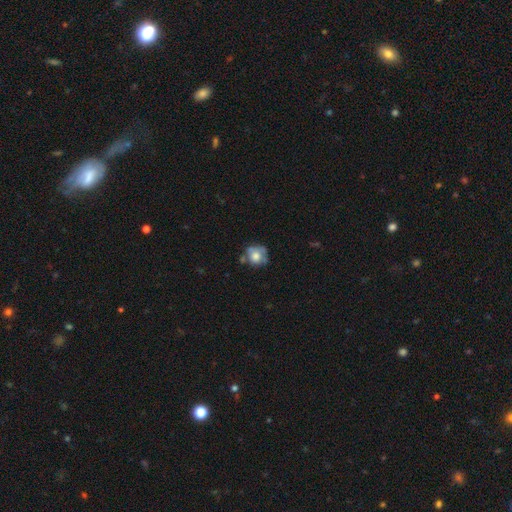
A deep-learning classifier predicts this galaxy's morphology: Smooth or featured?
  - smooth: 60% *
  - featured or disk: 31%
  - star or artifact: 8%
How rounded?
  - round: 80% *
  - in between: 19%
  - cigar-shaped: 1%
Merging?
  - none: 47% *
  - minor disturbance: 28%
  - major disturbance: 13%
  - merger: 11%